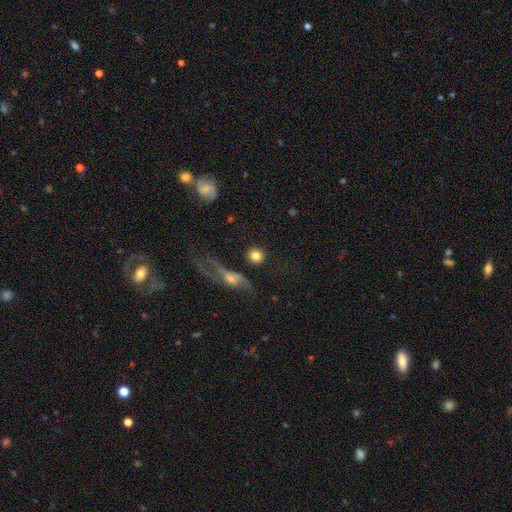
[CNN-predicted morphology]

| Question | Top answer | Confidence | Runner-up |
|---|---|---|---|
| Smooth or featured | smooth | 80% | featured or disk (12%) |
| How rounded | round | 89% | in between (9%) |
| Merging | none | 72% | merger (10%) |